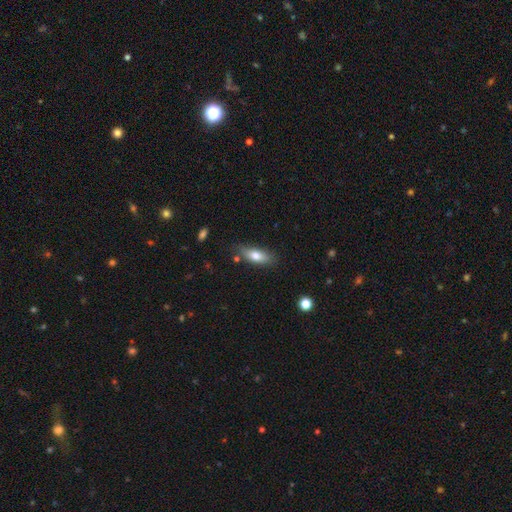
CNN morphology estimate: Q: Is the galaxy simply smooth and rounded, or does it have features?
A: smooth — 74%.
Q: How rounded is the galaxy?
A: in between — 69%.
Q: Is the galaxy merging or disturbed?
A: none — 76%.